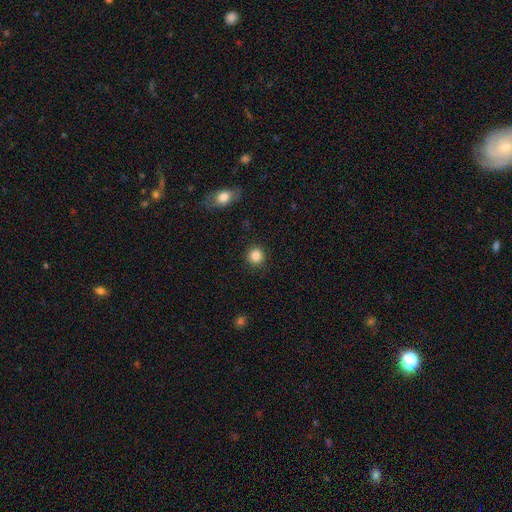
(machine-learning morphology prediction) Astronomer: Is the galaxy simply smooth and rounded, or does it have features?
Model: smooth — 86%.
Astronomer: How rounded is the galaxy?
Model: round — 92%.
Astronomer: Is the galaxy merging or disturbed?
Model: none — 91%.